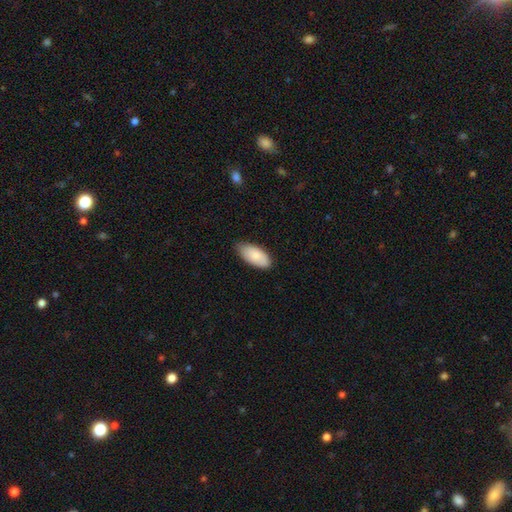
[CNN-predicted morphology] This is clearly a smooth galaxy (85%). How rounded: clearly in between (93%). Merging: likely none (74%).